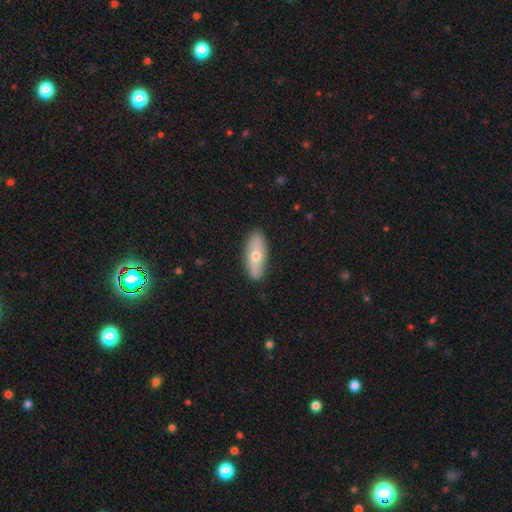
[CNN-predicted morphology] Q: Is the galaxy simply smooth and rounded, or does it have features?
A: smooth — 59%.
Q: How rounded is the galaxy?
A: in between — 69%.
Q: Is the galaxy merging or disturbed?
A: none — 85%.